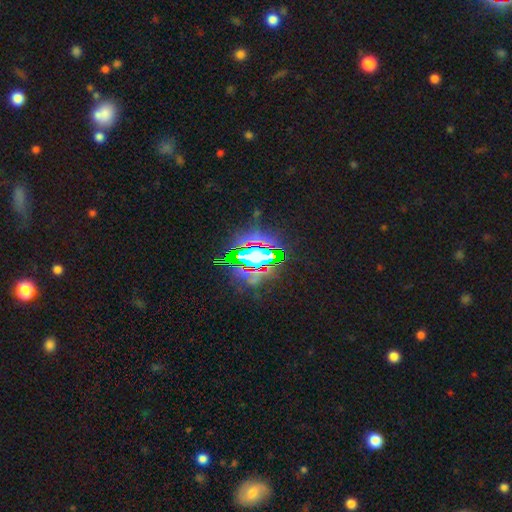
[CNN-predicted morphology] A star or artifact, not a galaxy (82%).